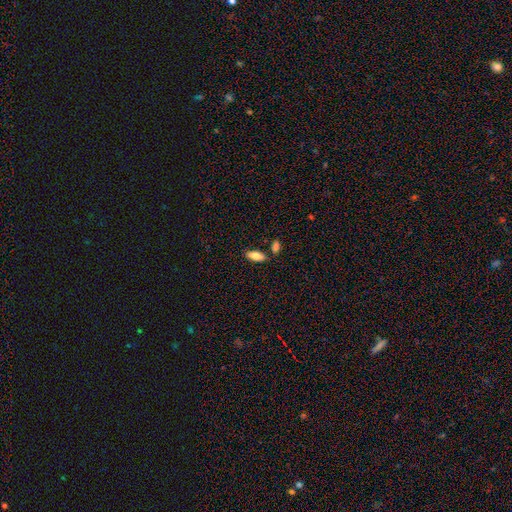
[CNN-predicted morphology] This is clearly a smooth galaxy (81%). How rounded: clearly in between (85%). Merging: clearly none (80%).